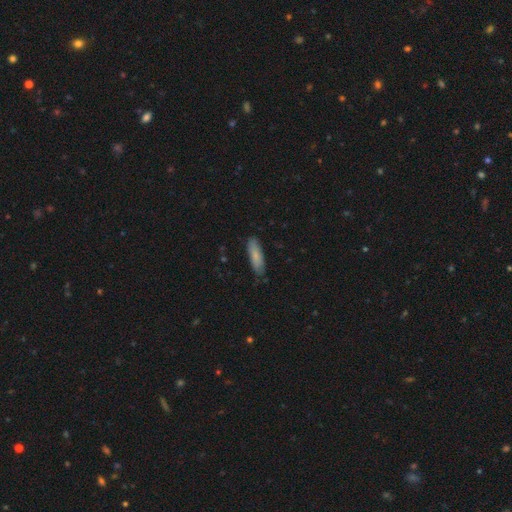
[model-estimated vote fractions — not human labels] Smooth or featured? smooth (79%)
How rounded? cigar-shaped (55%)
Merging? none (79%)